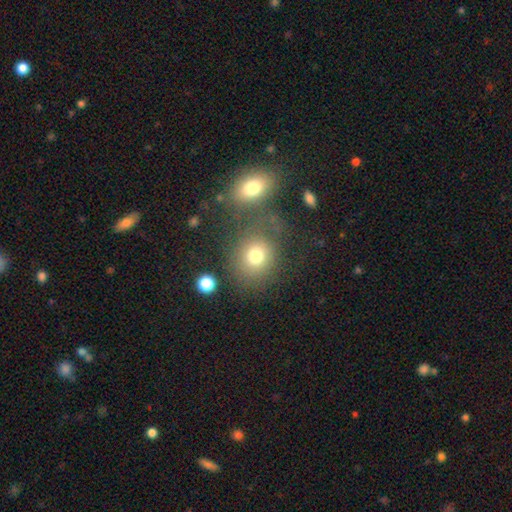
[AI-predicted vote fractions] Overall: smooth (75%). How rounded: round (75%). Merging: none (62%).